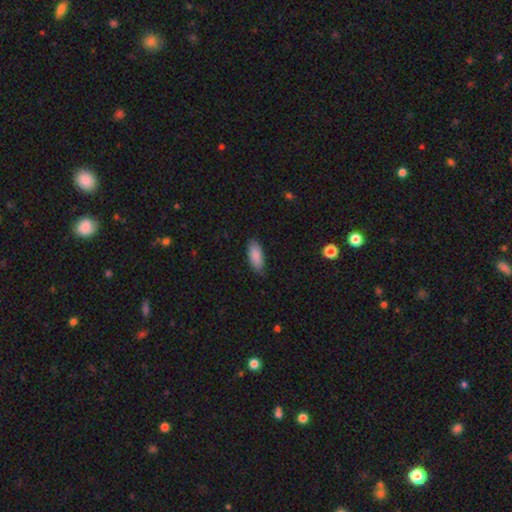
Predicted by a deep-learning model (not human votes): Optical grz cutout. It shows a smooth galaxy with no disk features (88%) that is in between round and cigar-shaped (82%). Merging: none (79%).